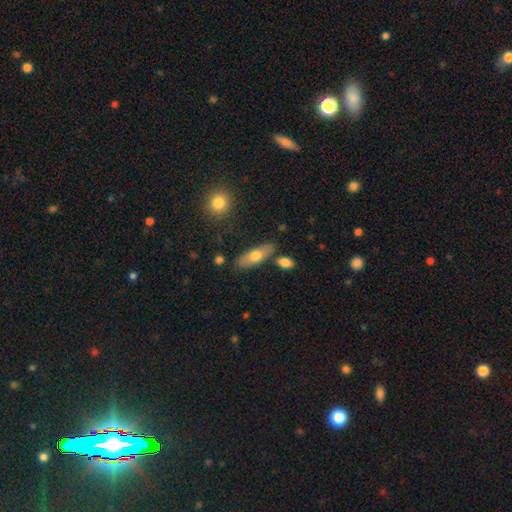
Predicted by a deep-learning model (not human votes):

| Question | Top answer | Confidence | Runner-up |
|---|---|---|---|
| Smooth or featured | smooth | 67% | featured or disk (27%) |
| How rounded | in between | 68% | cigar-shaped (29%) |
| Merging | none | 75% | minor disturbance (14%) |